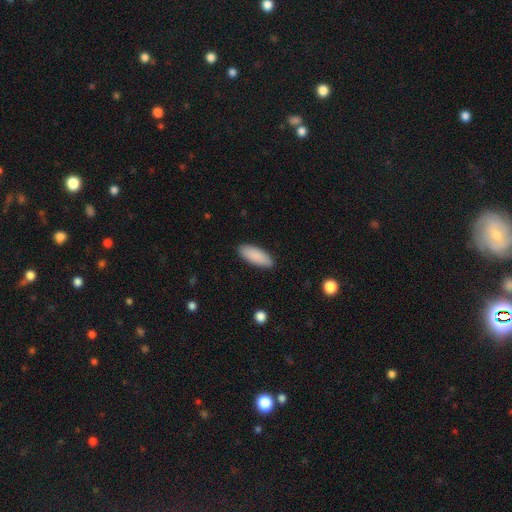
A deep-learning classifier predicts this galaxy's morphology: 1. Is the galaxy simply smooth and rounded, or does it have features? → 89% smooth, 6% star or artifact, 5% featured or disk.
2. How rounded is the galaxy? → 76% in between, 22% cigar-shaped, 2% round.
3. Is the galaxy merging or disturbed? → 88% none, 9% minor disturbance, 2% major disturbance, 1% merger.